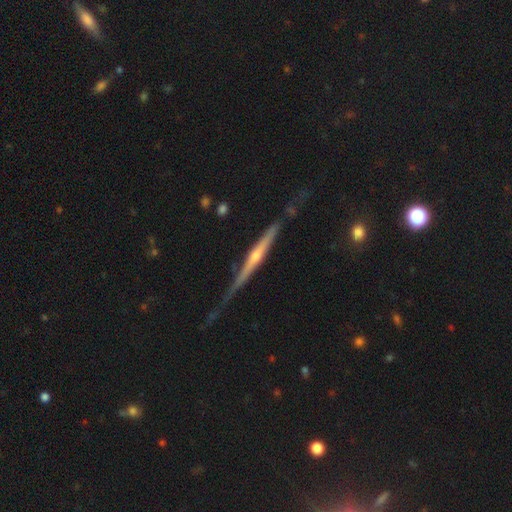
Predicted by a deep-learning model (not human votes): smooth_or_featured: featured or disk (p=0.83) [alt: smooth p=0.11]
disk_edge_on: yes (p=0.97) [alt: no p=0.03]
edge_on_bulge: rounded (p=0.72) [alt: none p=0.21]
merging: none (p=0.69) [alt: minor disturbance p=0.23]